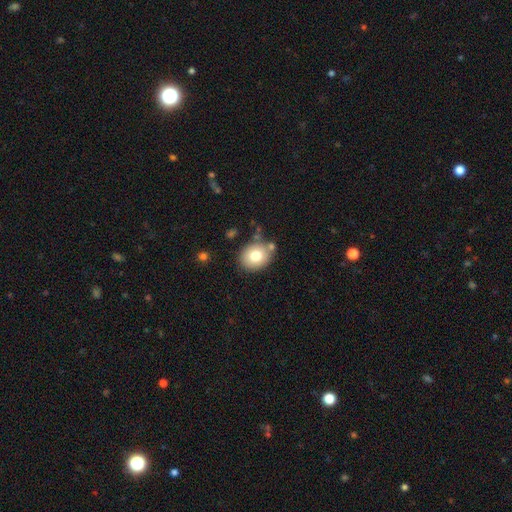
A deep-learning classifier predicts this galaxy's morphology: The model was most divided on "how rounded": round: 56%, in between: 43%, cigar-shaped: 1%. More confident: smooth or featured — smooth (76%); merging — none (73%).